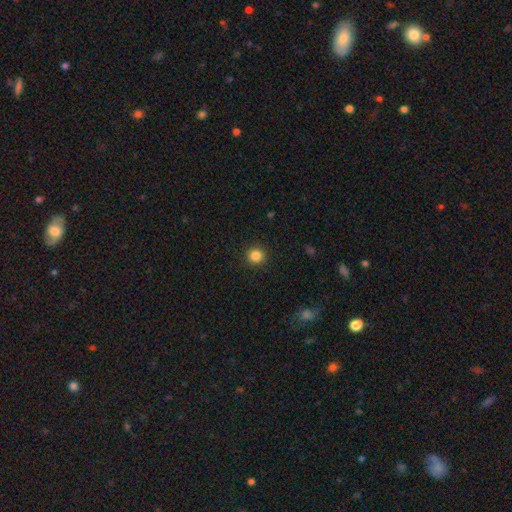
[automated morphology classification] This is clearly a smooth galaxy (85%). How rounded: clearly round (95%). Merging: clearly none (92%).